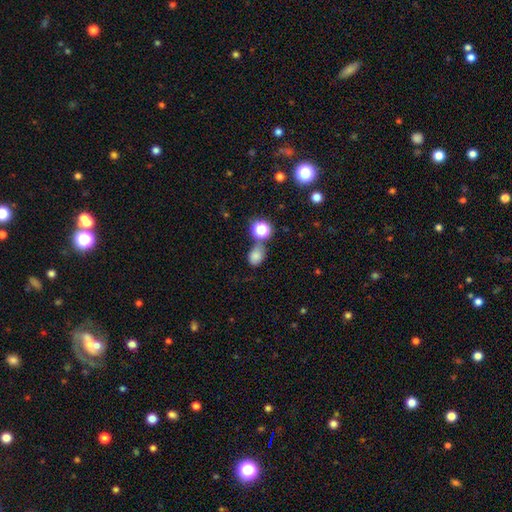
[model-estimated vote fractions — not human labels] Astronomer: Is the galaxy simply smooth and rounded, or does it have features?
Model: smooth — 78%.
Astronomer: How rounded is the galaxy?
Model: in between — 59% (runner-up: round, 40%).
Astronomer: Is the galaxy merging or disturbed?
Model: none — 49% (runner-up: merger, 26%).